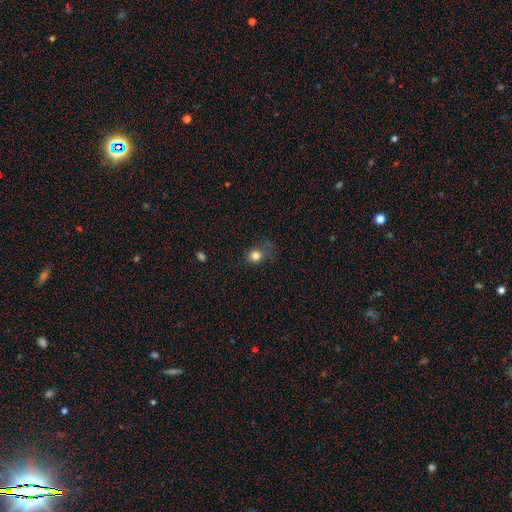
This is clearly a smooth galaxy (80%). How rounded: clearly round (84%). Merging: likely none (72%).